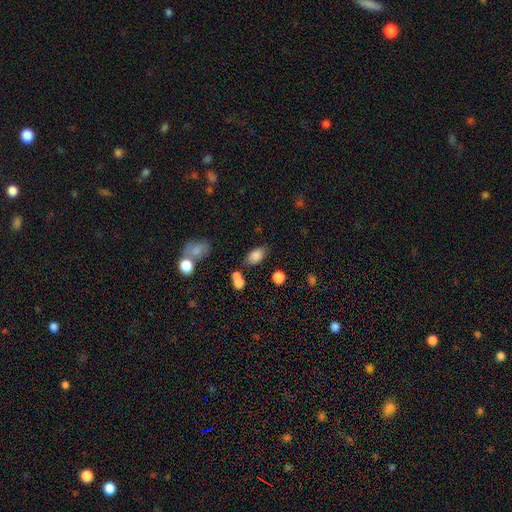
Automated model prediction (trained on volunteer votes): Smooth or featured? smooth (83%)
How rounded? in between (89%)
Merging? none (67%)